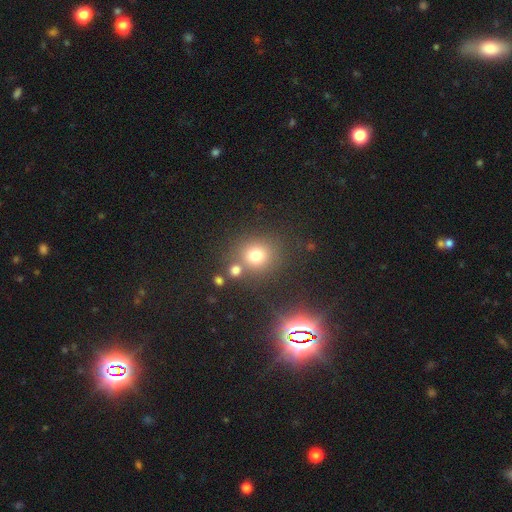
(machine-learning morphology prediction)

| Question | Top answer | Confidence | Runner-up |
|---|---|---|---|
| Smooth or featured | smooth | 74% | star or artifact (17%) |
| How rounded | round | 86% | in between (13%) |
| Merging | none | 70% | merger (16%) |